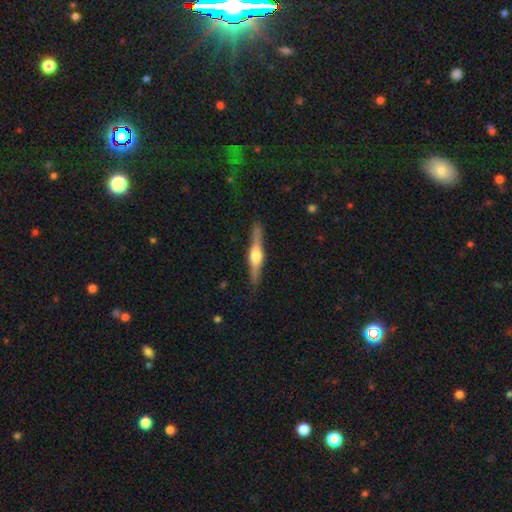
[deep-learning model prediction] smooth_or_featured: featured or disk (p=0.78) [alt: smooth p=0.17]
disk_edge_on: yes (p=0.98) [alt: no p=0.02]
edge_on_bulge: rounded (p=0.90) [alt: boxy p=0.08]
merging: none (p=0.89) [alt: minor disturbance p=0.08]